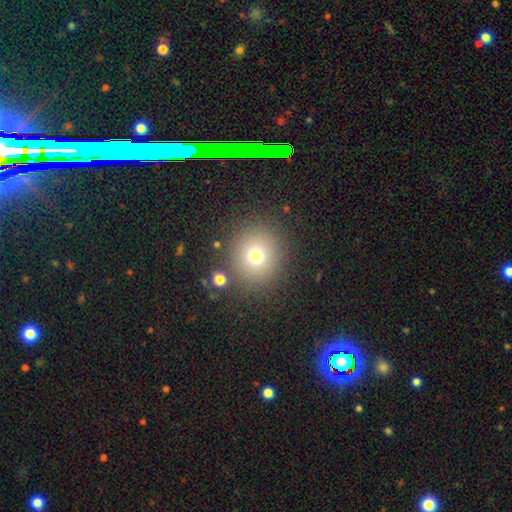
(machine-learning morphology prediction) smooth_or_featured: smooth (p=0.73) [alt: star or artifact p=0.17]
how_rounded: round (p=0.89) [alt: in between p=0.10]
merging: none (p=0.85) [alt: minor disturbance p=0.08]